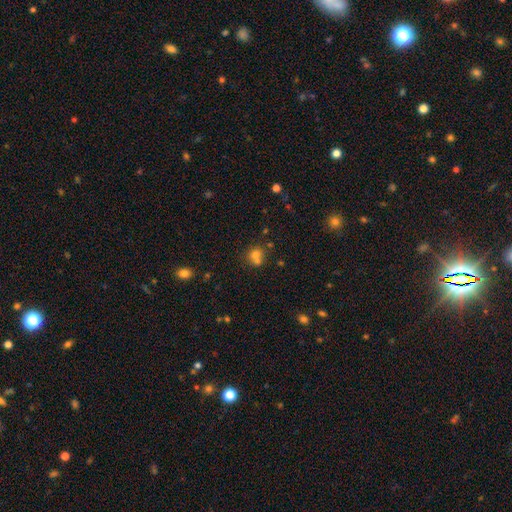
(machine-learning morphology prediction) This is likely a smooth galaxy (69%). How rounded: likely round (80%). Merging: possibly merger (47%).